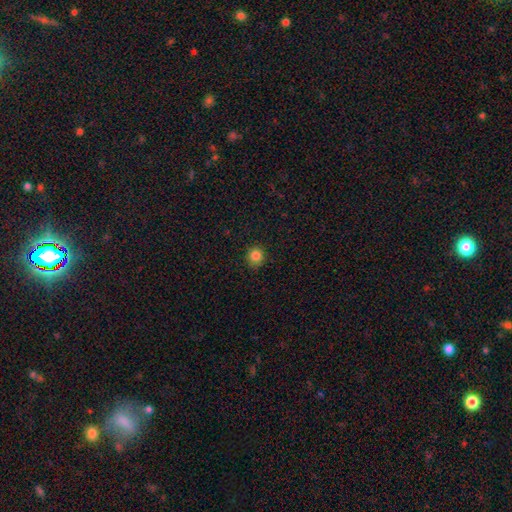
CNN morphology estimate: This appears to be a smooth galaxy with no disk features (84%) that is round (88%). Merging: none (89%).